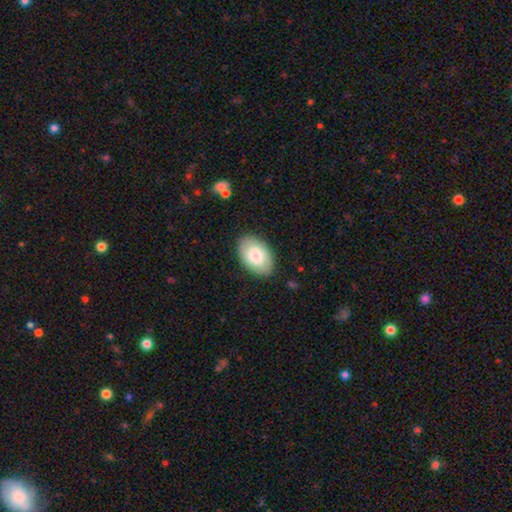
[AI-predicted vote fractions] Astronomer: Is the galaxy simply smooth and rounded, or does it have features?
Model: smooth — 75%.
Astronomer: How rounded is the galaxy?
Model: in between — 91%.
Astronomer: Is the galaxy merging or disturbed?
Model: none — 87%.